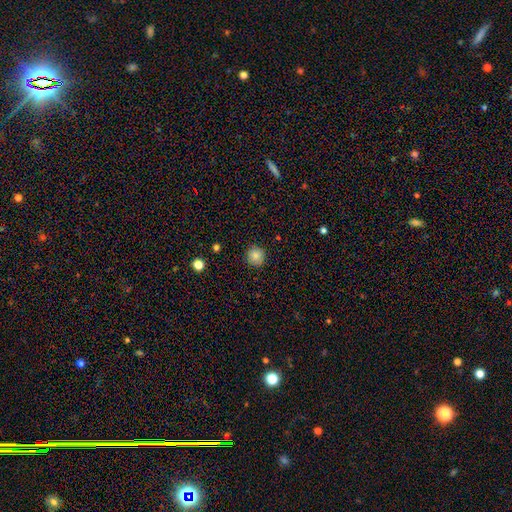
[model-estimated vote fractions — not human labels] The model was most divided on "smooth or featured": smooth: 84%, star or artifact: 10%, featured or disk: 6%. More confident: how rounded — round (95%); merging — none (90%).